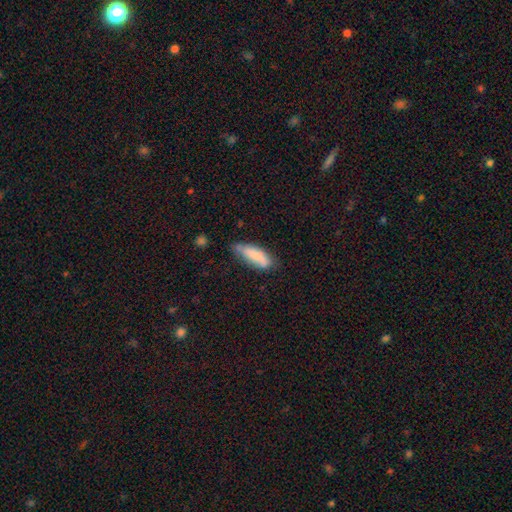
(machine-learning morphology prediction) Overall: smooth (80%). How rounded: in between (56%; cigar-shaped 42%). Merging: none (49%; minor disturbance 36%).